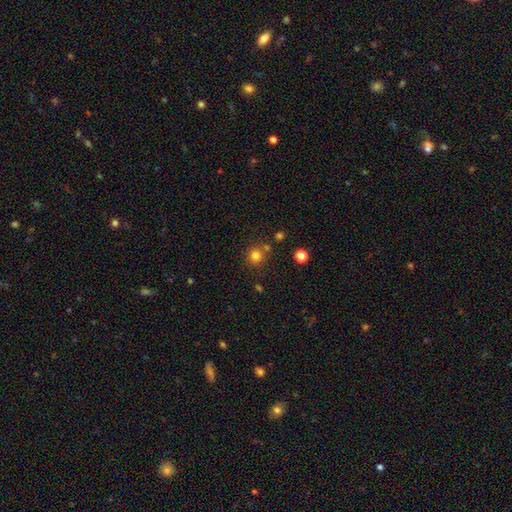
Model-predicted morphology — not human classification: The model was most divided on "merging": none: 74%, merger: 14%, minor disturbance: 9%, major disturbance: 3%. More confident: how rounded — round (92%); smooth or featured — smooth (79%).